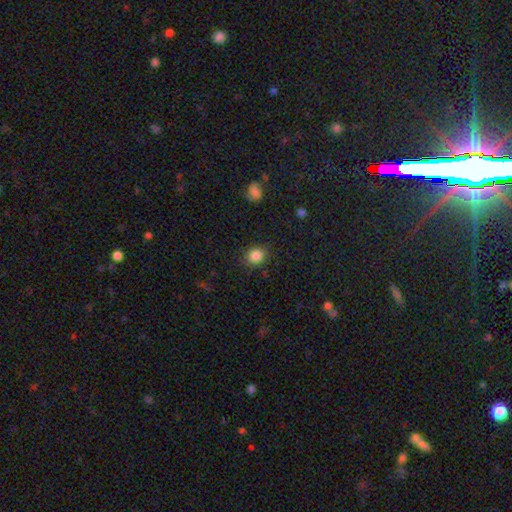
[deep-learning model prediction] A smooth galaxy with no disk features (85%) that is round (75%). Merging: none (85%).